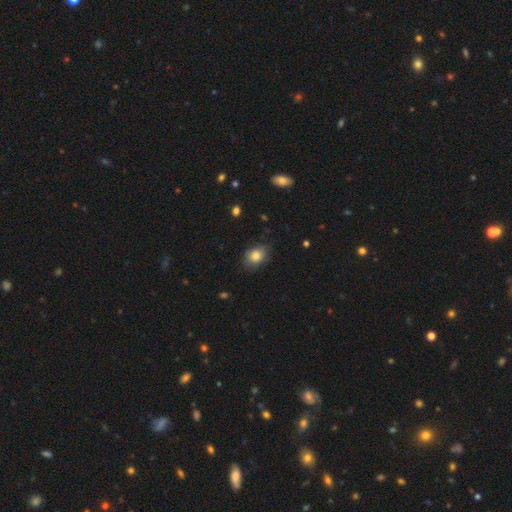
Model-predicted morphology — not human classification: Smooth or featured? smooth (82%)
How rounded? in between (63%)
Merging? none (73%)